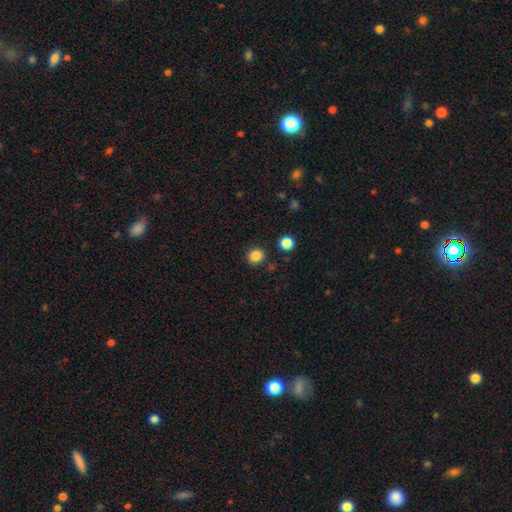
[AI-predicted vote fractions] Smooth or featured: smooth — 85% (star or artifact — 11%)
How rounded: round — 82% (in between — 17%)
Merging: none — 88% (minor disturbance — 7%)